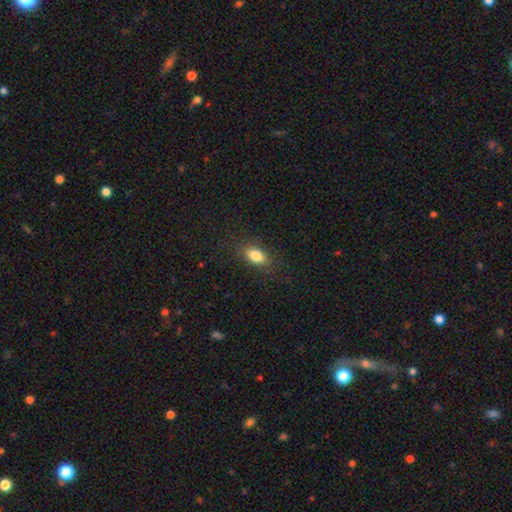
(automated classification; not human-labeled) Smooth or featured? smooth (83%)
How rounded? in between (87%)
Merging? none (84%)